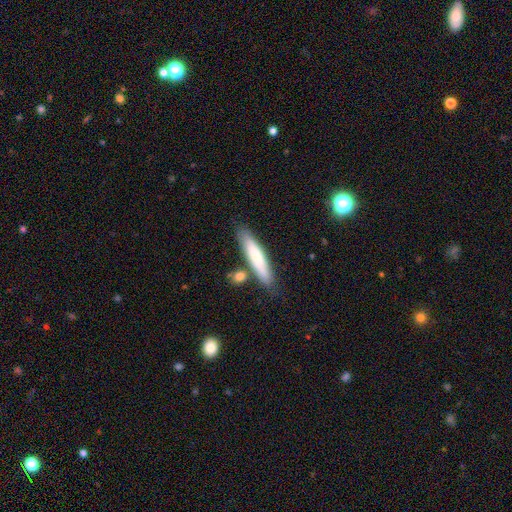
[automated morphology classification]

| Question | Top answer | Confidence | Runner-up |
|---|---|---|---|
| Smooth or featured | smooth | 70% | featured or disk (24%) |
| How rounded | cigar-shaped | 85% | in between (14%) |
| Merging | none | 75% | minor disturbance (12%) |